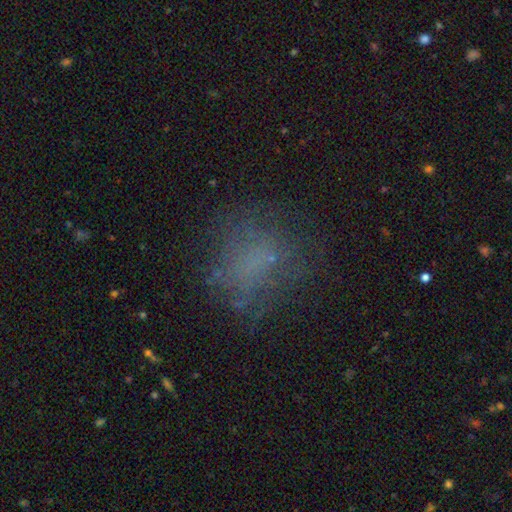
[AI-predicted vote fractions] smooth-or-featured: smooth: 54% | star or artifact: 25% | featured or disk: 21%
  how-rounded: round: 60% | in between: 38% | cigar-shaped: 2%
  merging: none: 66% | minor disturbance: 16% | major disturbance: 15% | merger: 2%